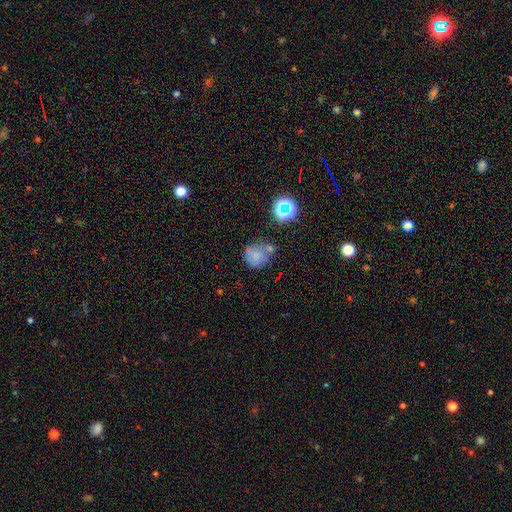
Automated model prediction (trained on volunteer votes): Smooth or featured? smooth (63%)
How rounded? round (82%)
Merging? none (47%)